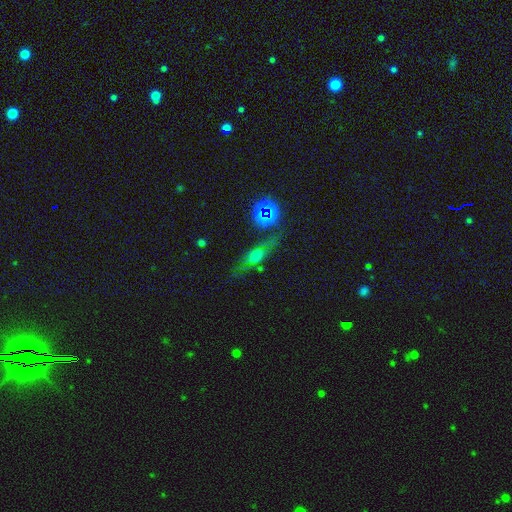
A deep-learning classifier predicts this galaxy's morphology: This is marginally a smooth galaxy (38%). Merging: likely none (60%).